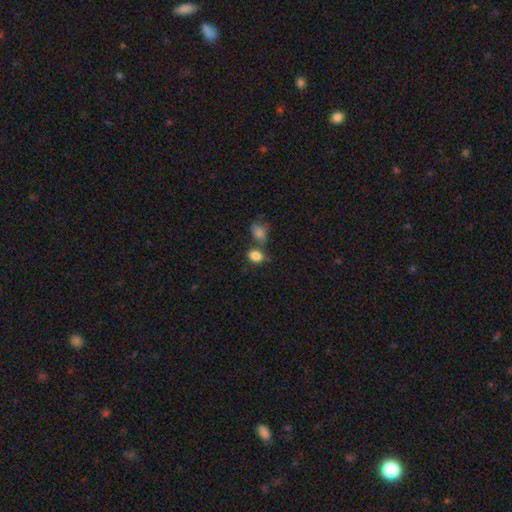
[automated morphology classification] This is clearly a smooth galaxy (85%). How rounded: likely in between (67%). Merging: possibly none (53%).